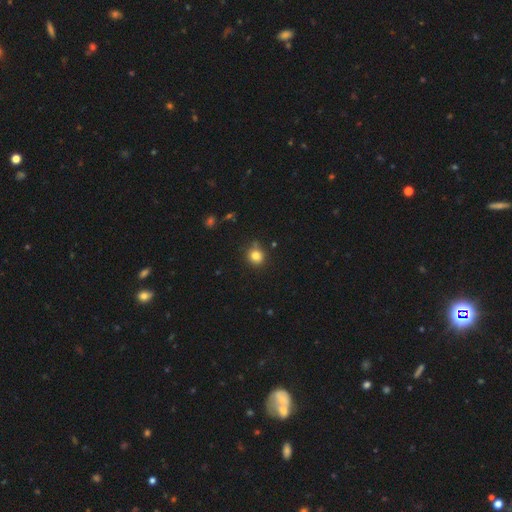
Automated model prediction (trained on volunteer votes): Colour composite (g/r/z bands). It shows a smooth galaxy with no disk features (81%) that is round (88%). Merging: none (76%).